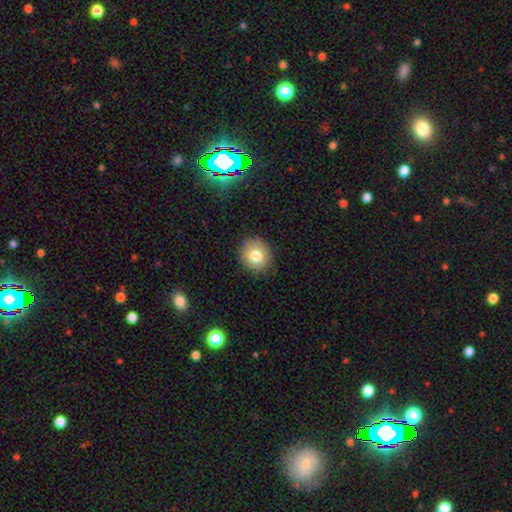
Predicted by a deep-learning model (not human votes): smooth-or-featured: smooth: 80% | featured or disk: 11% | star or artifact: 9%
  how-rounded: round: 84% | in between: 15% | cigar-shaped: 1%
  merging: none: 89% | minor disturbance: 8% | major disturbance: 2% | merger: 1%